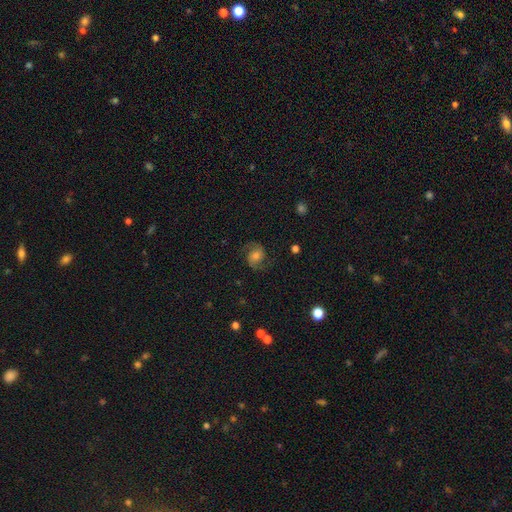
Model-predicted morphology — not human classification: Smooth or featured? featured or disk (68%)
Edge-on disk? no (98%)
Bar? no (58%)
Spiral arms? yes (94%)
Spiral winding? medium (52%)
Spiral arm count? 2 (92%)
Bulge size? moderate (60%)
Merging? none (77%)